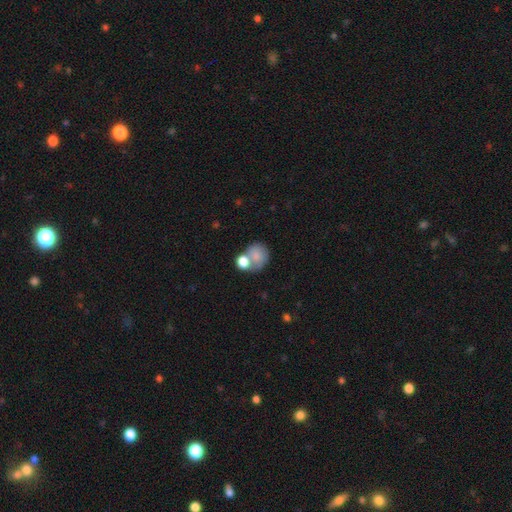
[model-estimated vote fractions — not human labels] smooth 77%, featured or disk 14%, star or artifact 9%. Down the decision tree: how rounded — round (70%); merging — merger (43%).